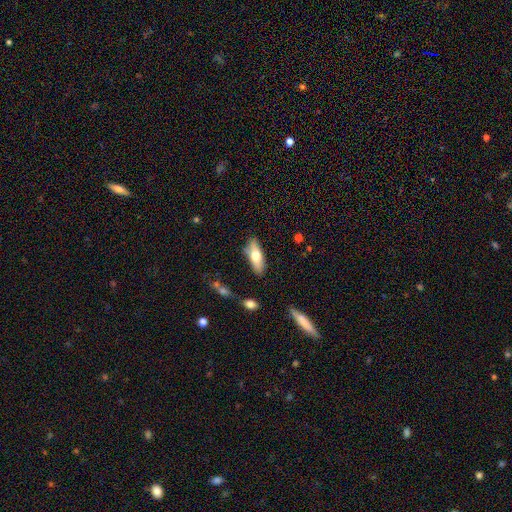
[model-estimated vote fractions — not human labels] Smooth or featured? smooth (60%)
How rounded? in between (62%)
Merging? none (75%)